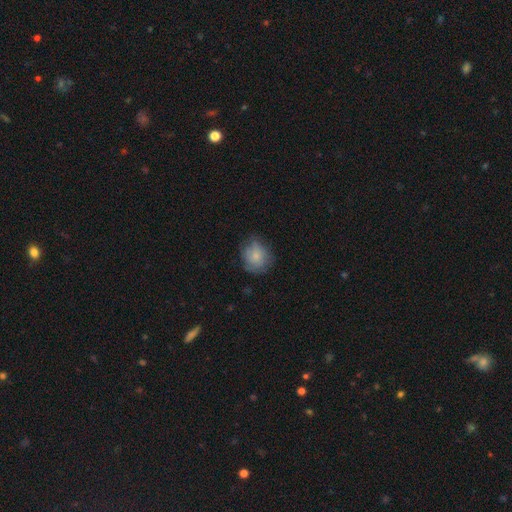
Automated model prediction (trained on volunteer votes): A smooth galaxy with no disk features (71%) that is round (77%). Merging: none (67%).